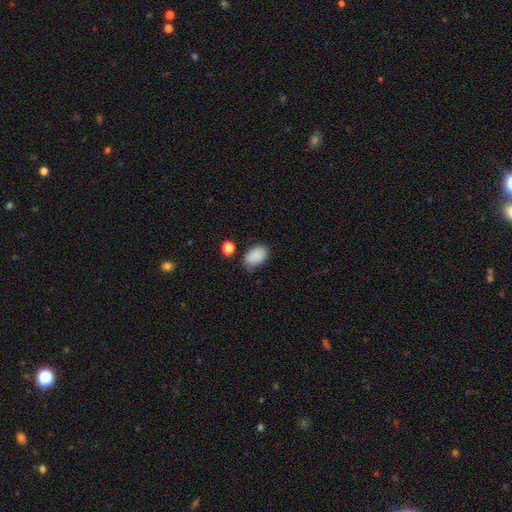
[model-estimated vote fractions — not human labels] Smooth or featured? smooth (88%)
How rounded? in between (89%)
Merging? none (72%)